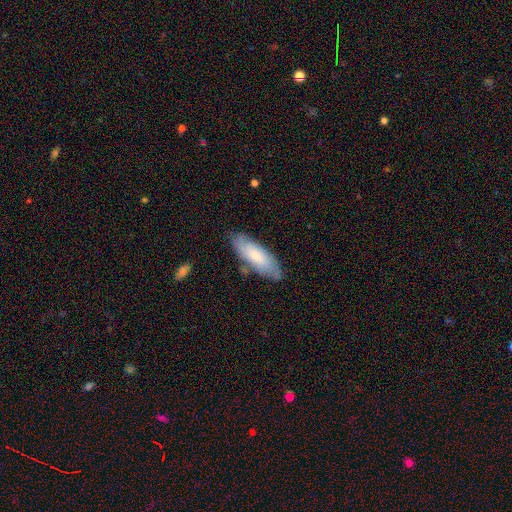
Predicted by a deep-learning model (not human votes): A smooth galaxy with no disk features (63%) that is in between round and cigar-shaped (62%). Merging: none (76%).